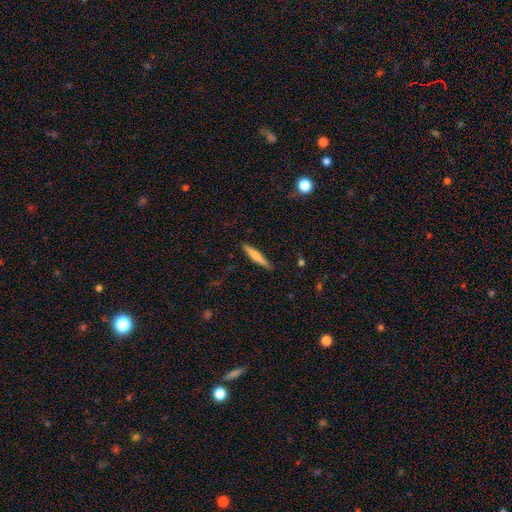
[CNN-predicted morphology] smooth 67%, featured or disk 28%, star or artifact 6%. Down the decision tree: how rounded — cigar-shaped (93%); merging — none (87%).